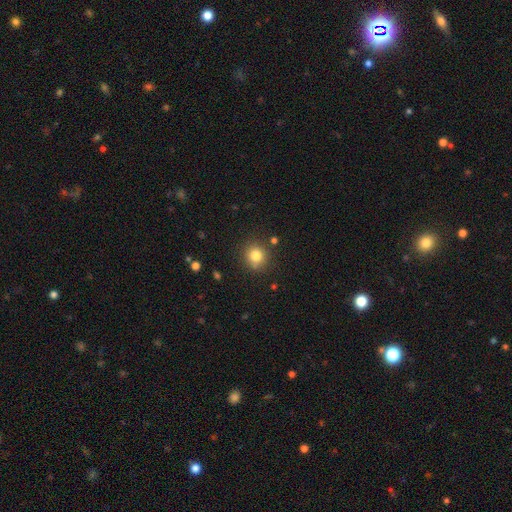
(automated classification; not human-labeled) Morphology: type=smooth (81%); roundness=round (88%); merging=none (82%).